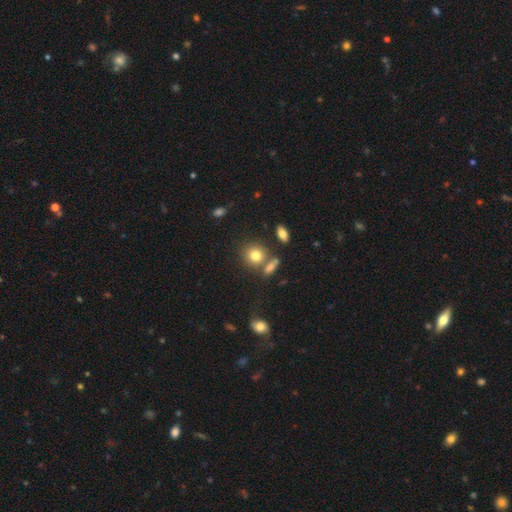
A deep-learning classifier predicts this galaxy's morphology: smooth 78%, star or artifact 11%, featured or disk 10%. Down the decision tree: how rounded — round (77%); merging — none (65%).